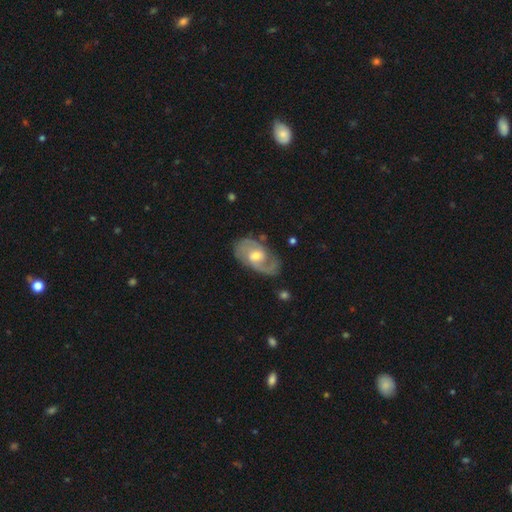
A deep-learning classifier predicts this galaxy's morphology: Overall: featured or disk (84%). Edge-on disk: no (96%). Bar: no (50%; weak 42%). Spiral arms: yes (94%). Spiral arm count: 2 (78%). Spiral winding: medium (47%; tight 37%). Bulge size: moderate (67%). Merging: none (74%).